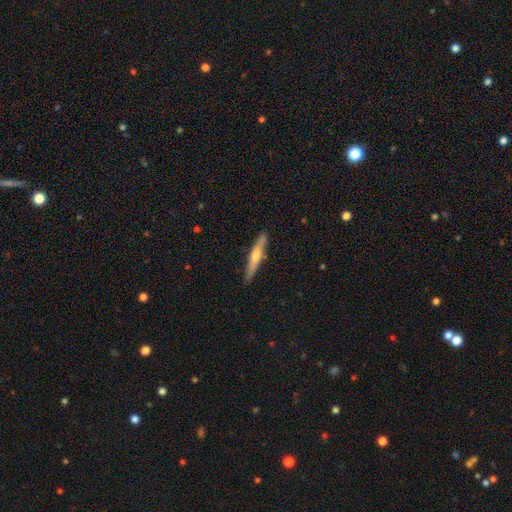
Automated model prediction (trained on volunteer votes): This appears to be a featured or disk galaxy (50%) viewed edge-on (93%). Merging: none (86%).